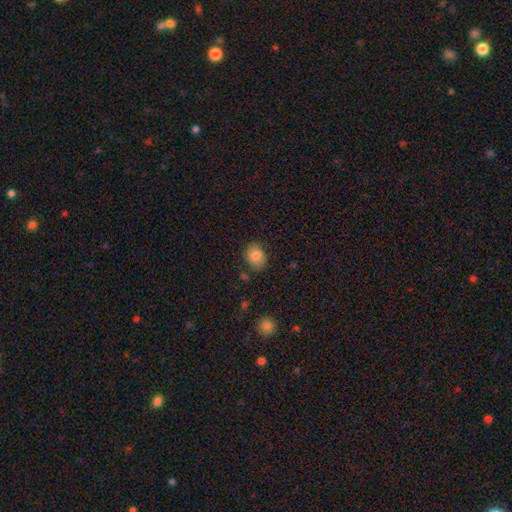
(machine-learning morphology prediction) A smooth galaxy with no disk features (82%) that is in between round and cigar-shaped (52%). Merging: none (79%).